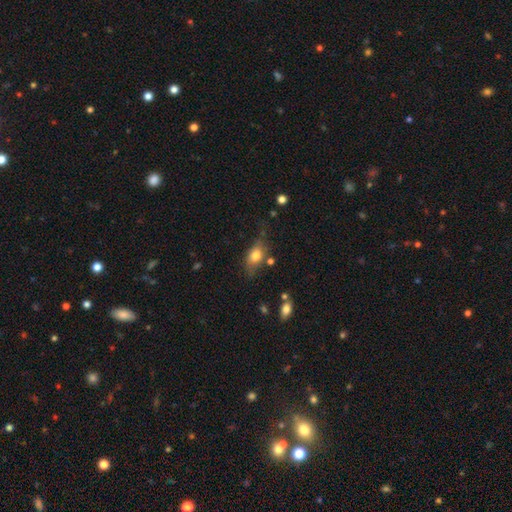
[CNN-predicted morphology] smooth_or_featured: smooth (p=0.75) [alt: featured or disk p=0.17]
how_rounded: in between (p=0.81) [alt: round p=0.13]
merging: none (p=0.63) [alt: minor disturbance p=0.24]